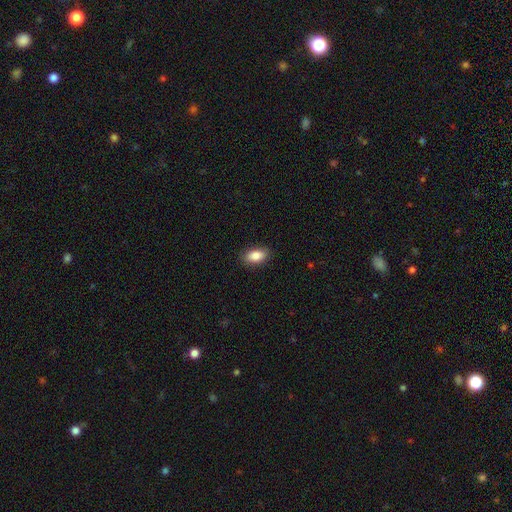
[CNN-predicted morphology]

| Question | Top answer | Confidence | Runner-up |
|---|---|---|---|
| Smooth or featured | smooth | 85% | featured or disk (8%) |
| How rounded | in between | 91% | round (6%) |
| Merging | none | 87% | minor disturbance (10%) |